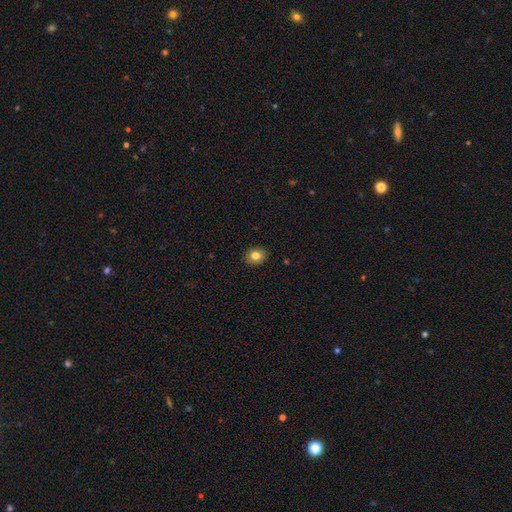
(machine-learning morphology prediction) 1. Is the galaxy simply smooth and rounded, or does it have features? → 81% smooth, 10% star or artifact, 9% featured or disk.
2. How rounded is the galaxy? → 56% round, 43% in between, 1% cigar-shaped.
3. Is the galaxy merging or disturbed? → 90% none, 7% minor disturbance, 2% major disturbance, 1% merger.